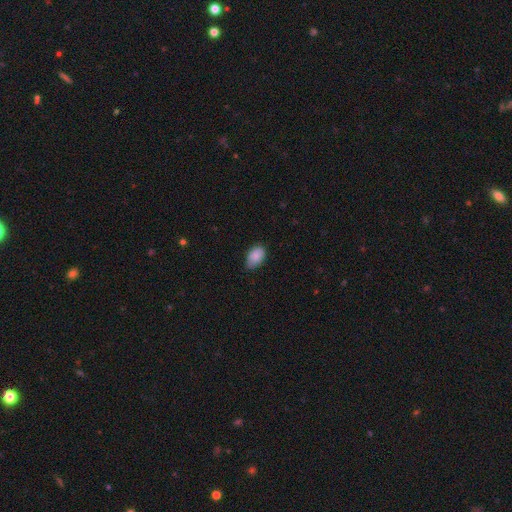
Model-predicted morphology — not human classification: Smooth or featured?
  - smooth: 87% *
  - star or artifact: 7%
  - featured or disk: 6%
How rounded?
  - in between: 90% *
  - round: 9%
  - cigar-shaped: 1%
Merging?
  - none: 66% *
  - minor disturbance: 29%
  - major disturbance: 4%
  - merger: 1%